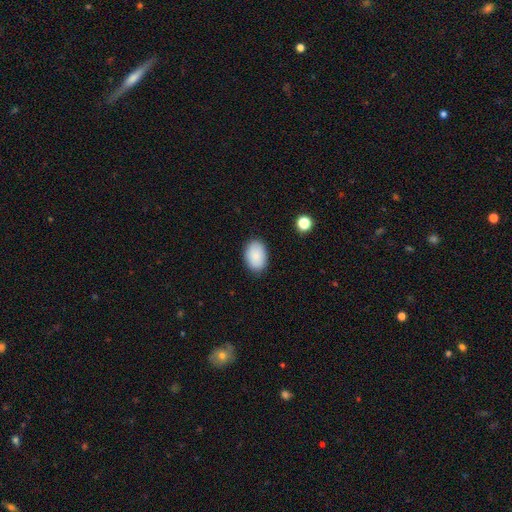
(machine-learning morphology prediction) Smooth or featured? Predicted: smooth (p=0.88). How rounded? Predicted: in between (p=0.88). Merging? Predicted: none (p=0.87).